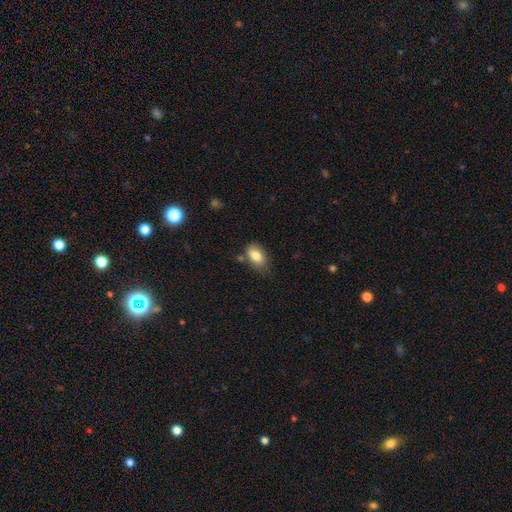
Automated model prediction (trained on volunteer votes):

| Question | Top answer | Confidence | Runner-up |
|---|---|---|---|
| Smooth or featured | smooth | 82% | featured or disk (10%) |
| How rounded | in between | 89% | round (8%) |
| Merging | none | 65% | minor disturbance (24%) |